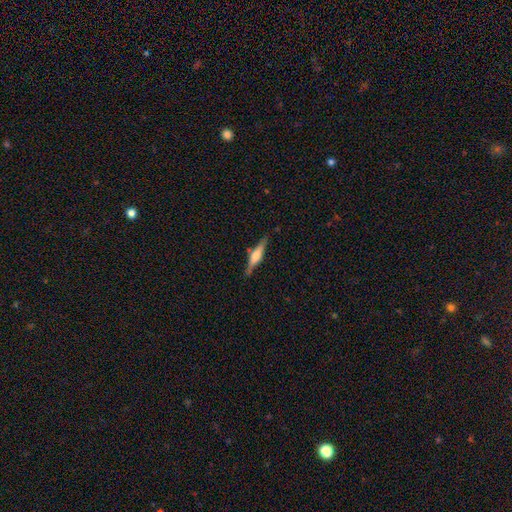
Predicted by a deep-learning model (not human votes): Overall: featured or disk (66%; smooth 27%). Edge-on disk: yes (97%). Edge-on bulge: rounded (79%). Merging: none (85%).